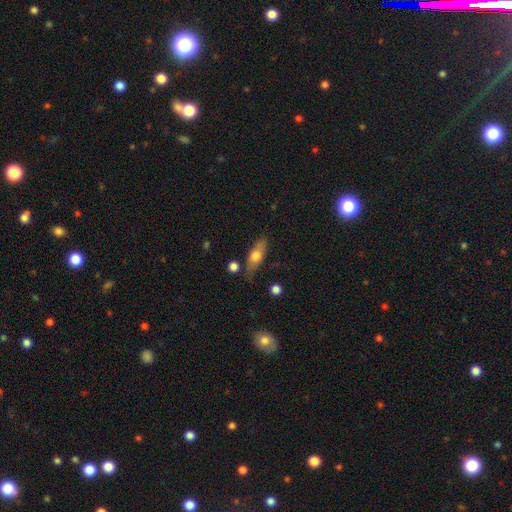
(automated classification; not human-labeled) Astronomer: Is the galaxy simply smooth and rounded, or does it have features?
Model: smooth — 61%.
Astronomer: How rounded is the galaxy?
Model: in between — 65%.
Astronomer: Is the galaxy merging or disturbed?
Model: none — 69%.